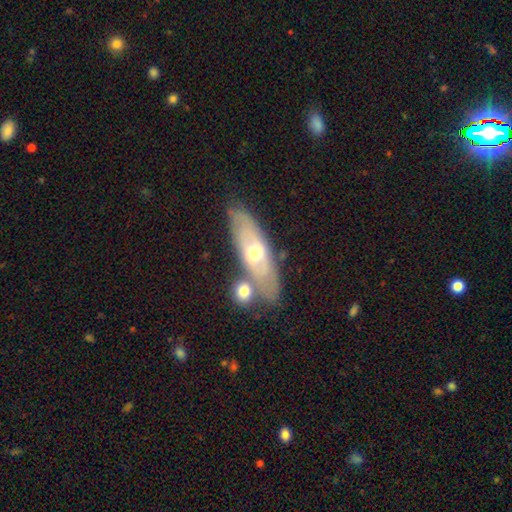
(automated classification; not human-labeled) Q: Smooth or featured?
A: featured or disk (59%); runner-up: smooth (35%)
Q: Edge-on disk?
A: no (66%); runner-up: yes (34%)
Q: Merging?
A: none (69%); runner-up: minor disturbance (15%)